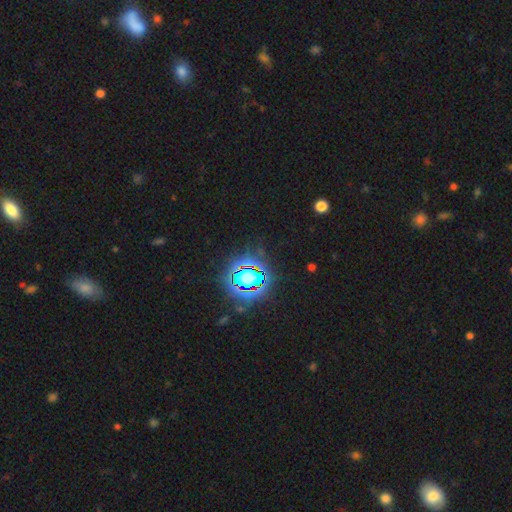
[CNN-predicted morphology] type=star or artifact (79%).